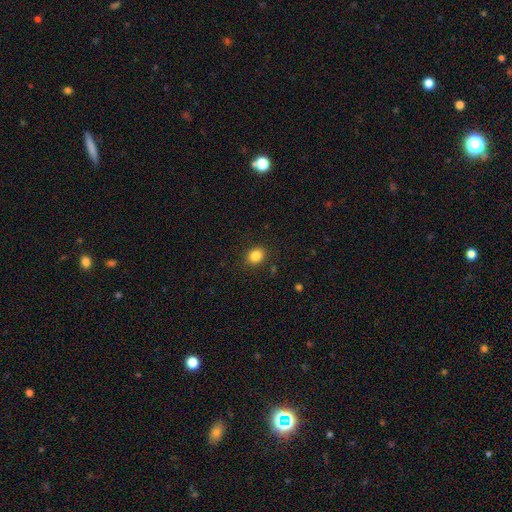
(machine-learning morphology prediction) Smooth or featured? smooth (84%)
How rounded? round (52%)
Merging? none (89%)